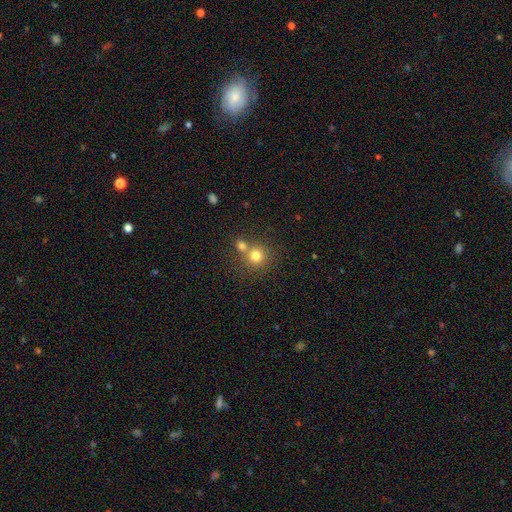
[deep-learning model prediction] Q: Smooth or featured?
A: smooth (77%); runner-up: star or artifact (13%)
Q: How rounded?
A: round (89%); runner-up: in between (10%)
Q: Merging?
A: none (55%); runner-up: merger (36%)